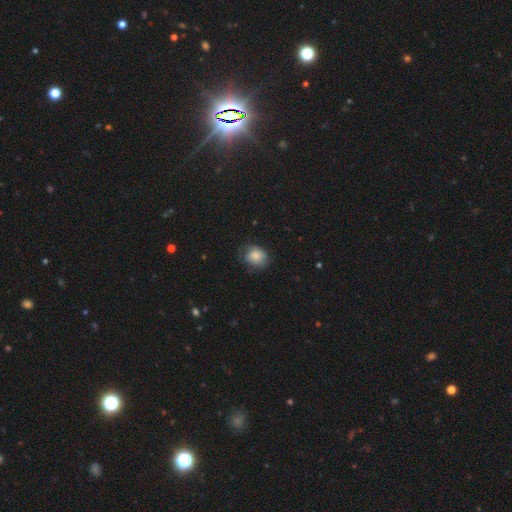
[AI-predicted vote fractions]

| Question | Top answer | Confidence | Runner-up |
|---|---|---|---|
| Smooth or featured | smooth | 79% | featured or disk (12%) |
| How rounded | round | 60% | in between (39%) |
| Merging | none | 64% | minor disturbance (26%) |